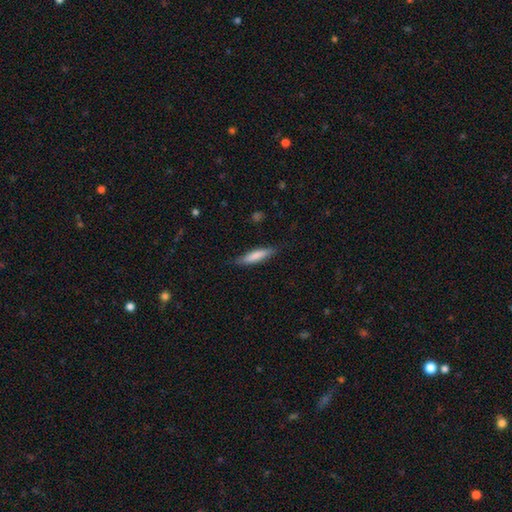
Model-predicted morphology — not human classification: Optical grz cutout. It shows a smooth galaxy with no disk features (76%) that is cigar-shaped (80%). Merging: none (83%).